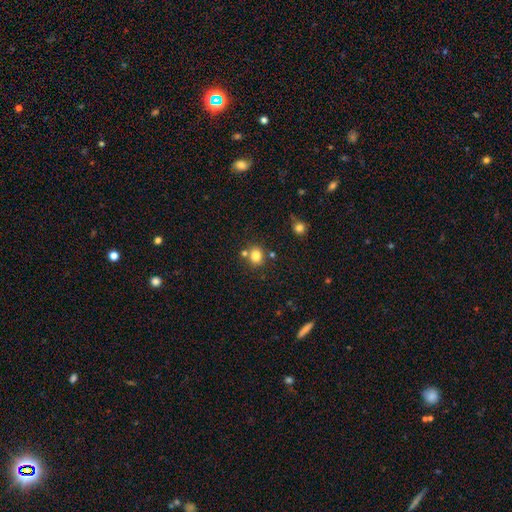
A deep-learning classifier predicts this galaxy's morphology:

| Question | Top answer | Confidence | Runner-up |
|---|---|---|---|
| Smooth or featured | smooth | 81% | star or artifact (12%) |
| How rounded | round | 70% | in between (29%) |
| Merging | none | 70% | merger (16%) |